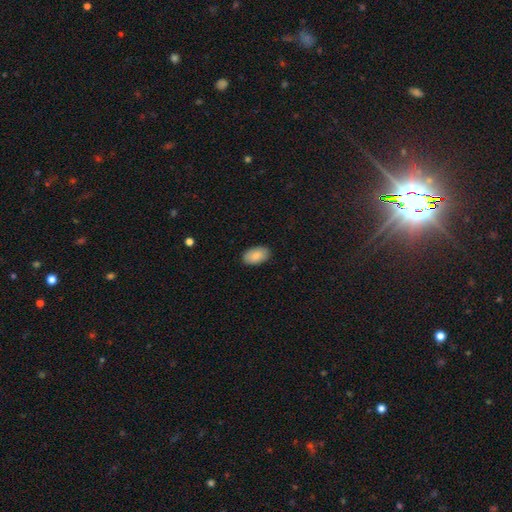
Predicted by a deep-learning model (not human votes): smooth_or_featured: smooth (p=0.84) [alt: featured or disk p=0.09]
how_rounded: in between (p=0.93) [alt: round p=0.06]
merging: none (p=0.88) [alt: minor disturbance p=0.09]